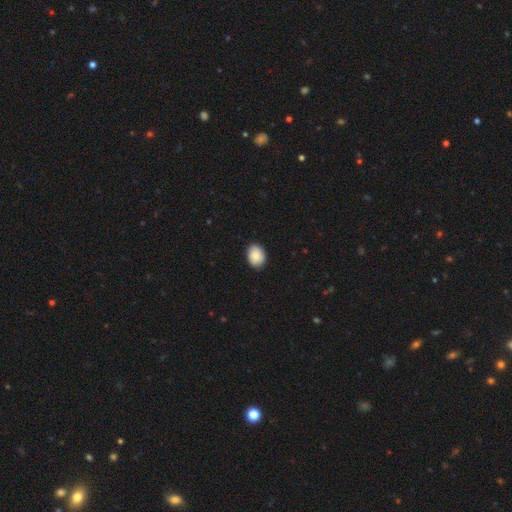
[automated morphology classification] Smooth or featured? Predicted: smooth (p=0.84). How rounded? Predicted: in between (p=0.63). Merging? Predicted: none (p=0.88).